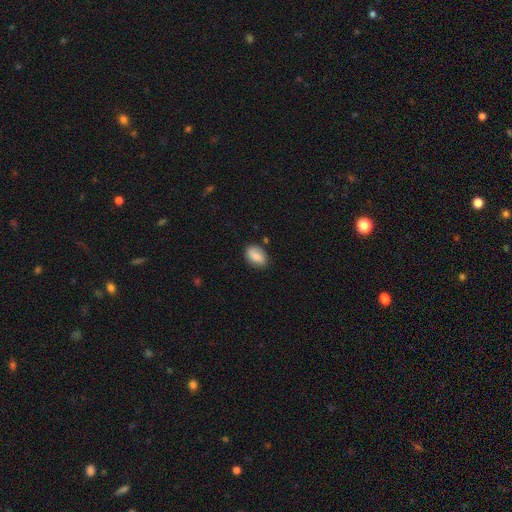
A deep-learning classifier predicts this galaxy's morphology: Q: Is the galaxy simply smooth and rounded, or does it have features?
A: smooth — 82%.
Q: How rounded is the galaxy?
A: in between — 88%.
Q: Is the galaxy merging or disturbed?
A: none — 77%.